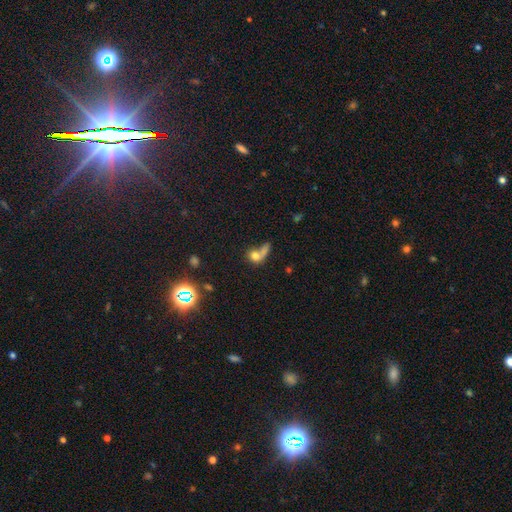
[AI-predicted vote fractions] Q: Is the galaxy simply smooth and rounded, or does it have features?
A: smooth — 68%.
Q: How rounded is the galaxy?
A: round — 54%.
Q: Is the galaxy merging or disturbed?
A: merger — 41%.